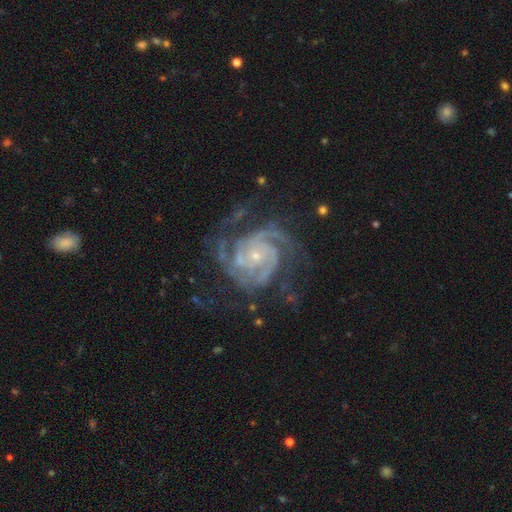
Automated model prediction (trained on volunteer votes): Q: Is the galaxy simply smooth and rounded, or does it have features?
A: featured or disk — 92%.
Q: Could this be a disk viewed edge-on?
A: no — 98%.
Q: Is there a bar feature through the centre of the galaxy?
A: no — 73%.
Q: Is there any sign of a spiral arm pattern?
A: yes — 98%.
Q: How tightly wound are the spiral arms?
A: tight — 69%.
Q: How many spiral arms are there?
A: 3 — 36%.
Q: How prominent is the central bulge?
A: small — 78%.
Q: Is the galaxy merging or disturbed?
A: none — 66%.